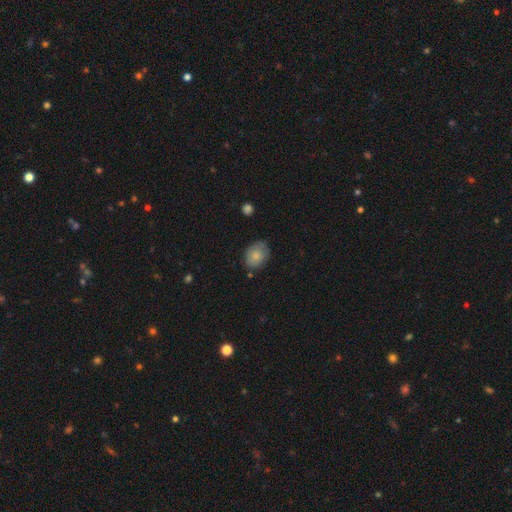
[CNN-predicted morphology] Overall: smooth (78%). How rounded: in between (65%; round 33%). Merging: none (68%).